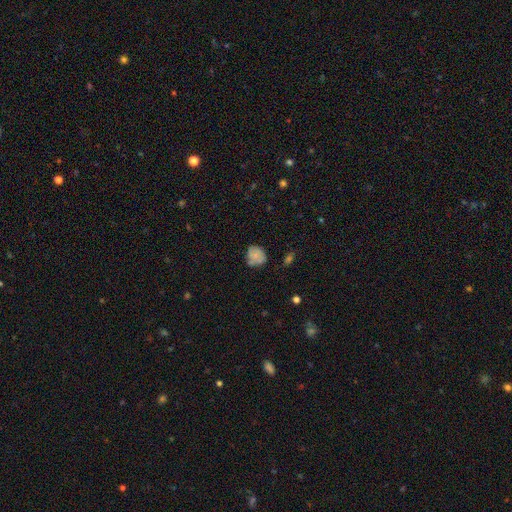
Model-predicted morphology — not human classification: smooth 68%, featured or disk 22%, star or artifact 10%. Down the decision tree: how rounded — round (66%); merging — none (58%).